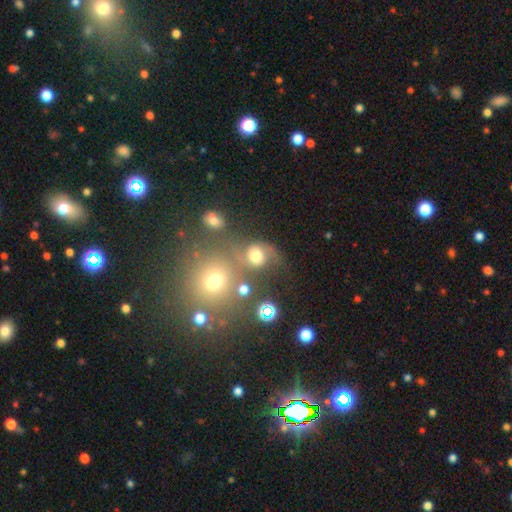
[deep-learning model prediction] Overall: smooth (63%). How rounded: round (69%). Merging: none (39%; merger 26%).